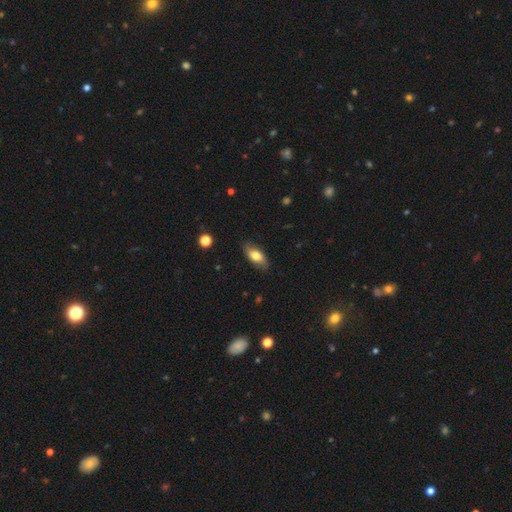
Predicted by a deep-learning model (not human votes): Smooth or featured? Predicted: smooth (p=0.70). How rounded? Predicted: in between (p=0.86). Merging? Predicted: none (p=0.83).